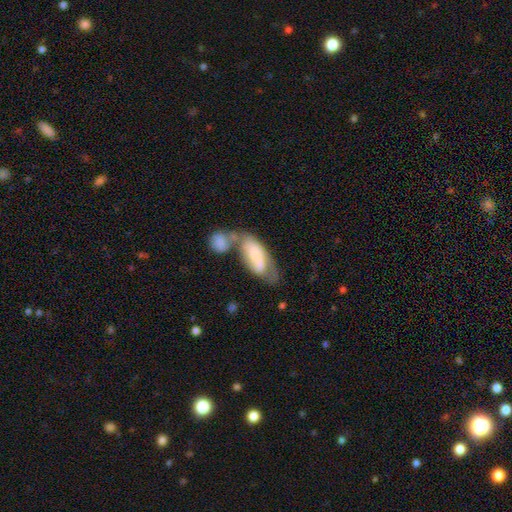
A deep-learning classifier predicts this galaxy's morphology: type=smooth (55%); roundness=in between (84%); merging=merger (50%).